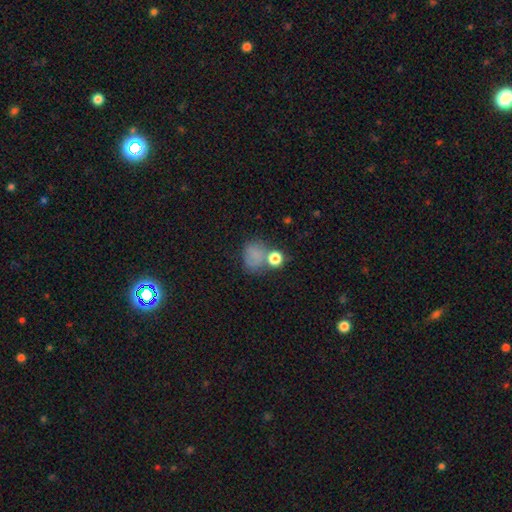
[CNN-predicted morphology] A smooth galaxy with no disk features (73%) that is round (61%). Merging: none (46%).